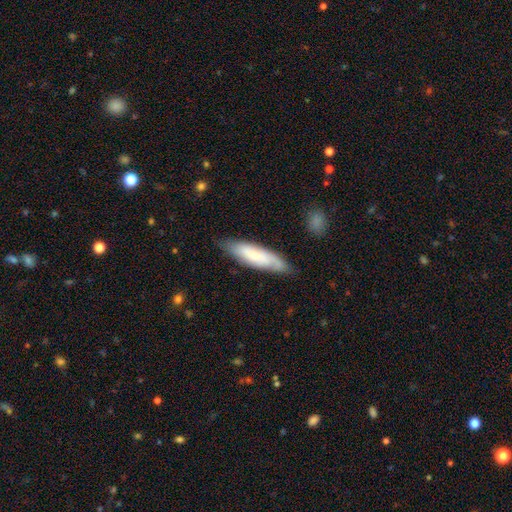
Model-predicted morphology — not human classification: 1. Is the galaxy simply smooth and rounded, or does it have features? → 53% smooth, 41% featured or disk, 6% star or artifact.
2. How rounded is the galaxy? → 62% cigar-shaped, 36% in between, 2% round.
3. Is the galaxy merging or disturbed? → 76% none, 19% minor disturbance, 4% major disturbance, 2% merger.